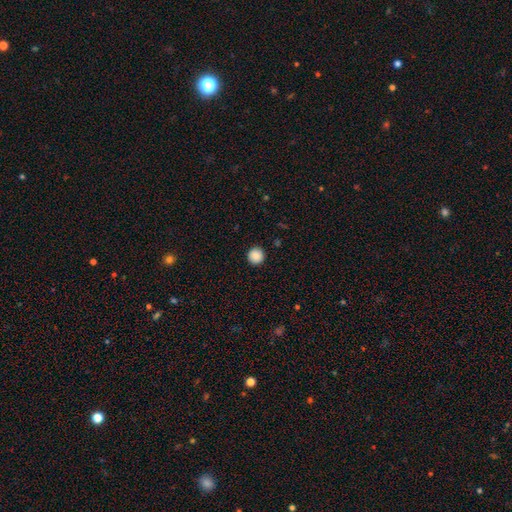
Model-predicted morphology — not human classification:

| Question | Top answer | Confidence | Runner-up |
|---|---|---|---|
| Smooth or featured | smooth | 88% | star or artifact (9%) |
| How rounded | round | 96% | in between (3%) |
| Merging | none | 93% | minor disturbance (5%) |